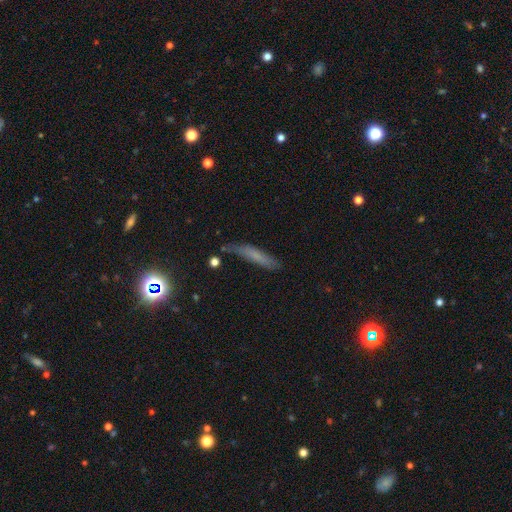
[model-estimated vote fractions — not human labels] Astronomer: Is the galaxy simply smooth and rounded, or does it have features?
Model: smooth — 61%.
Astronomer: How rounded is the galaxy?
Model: cigar-shaped — 86%.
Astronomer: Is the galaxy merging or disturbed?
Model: none — 62%.